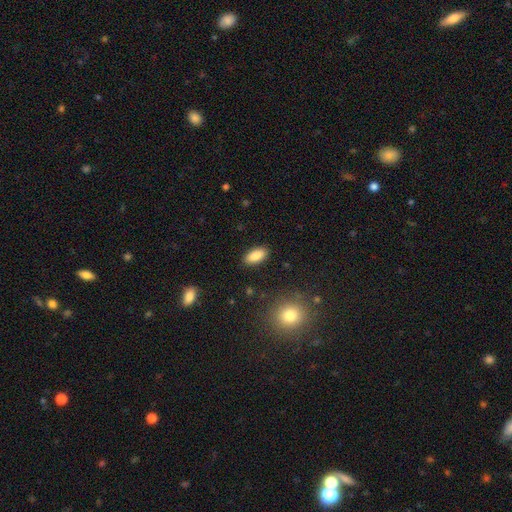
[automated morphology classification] This is clearly a smooth galaxy (87%). How rounded: clearly in between (89%). Merging: clearly none (88%).